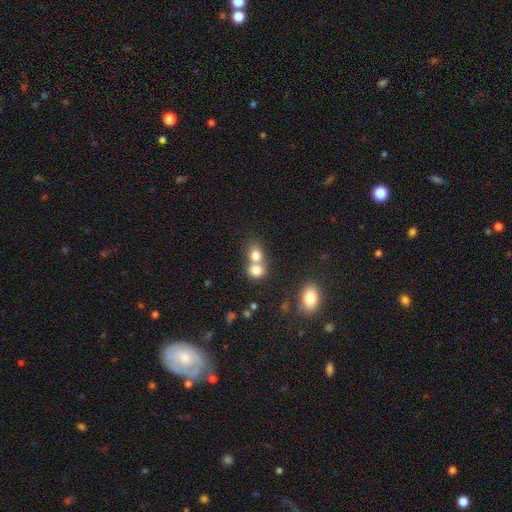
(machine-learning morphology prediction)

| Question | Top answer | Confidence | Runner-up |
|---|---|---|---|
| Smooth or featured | smooth | 78% | featured or disk (11%) |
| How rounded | round | 62% | in between (37%) |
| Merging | merger | 62% | none (29%) |